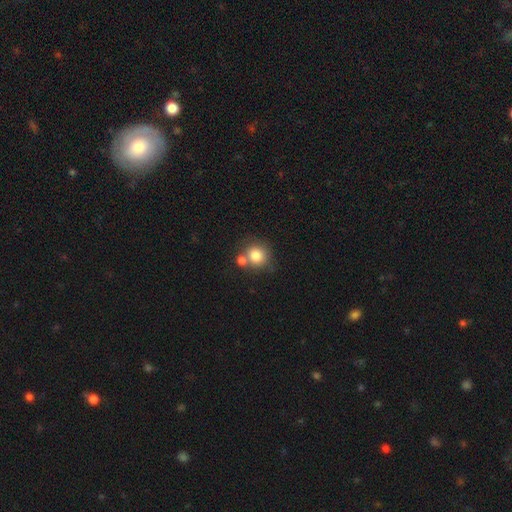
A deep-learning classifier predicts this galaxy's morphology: This appears to be a smooth galaxy with no disk features (81%) that is round (84%). Merging: none (50%).